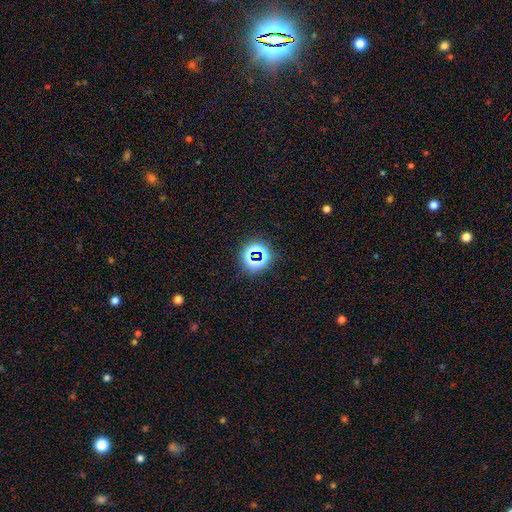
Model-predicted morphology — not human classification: This is likely a star or artifact rather than a galaxy (66%).